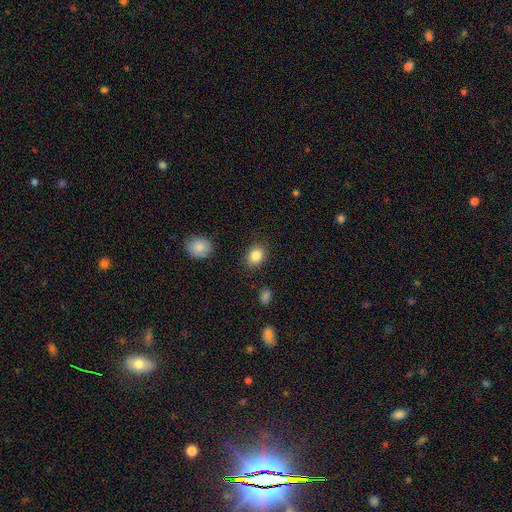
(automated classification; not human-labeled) A smooth galaxy with no disk features (85%) that is in between round and cigar-shaped (60%). Merging: none (86%).